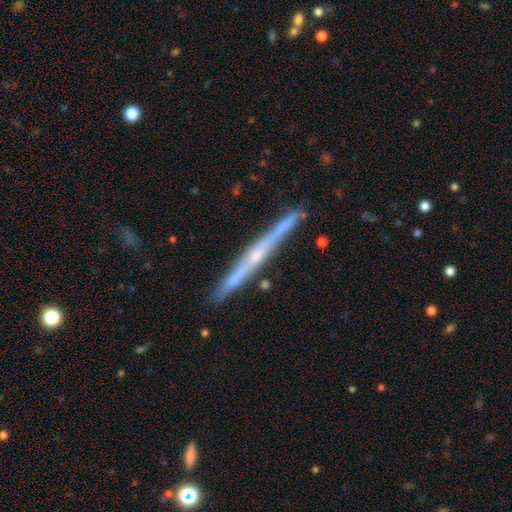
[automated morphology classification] smooth-or-featured: featured or disk: 75% | smooth: 19% | star or artifact: 6%
  disk-edge-on: yes: 98% | no: 2%
    edge-on-bulge: rounded: 54% | none: 40% | boxy: 6%
  merging: none: 88% | minor disturbance: 8% | merger: 2% | major disturbance: 1%